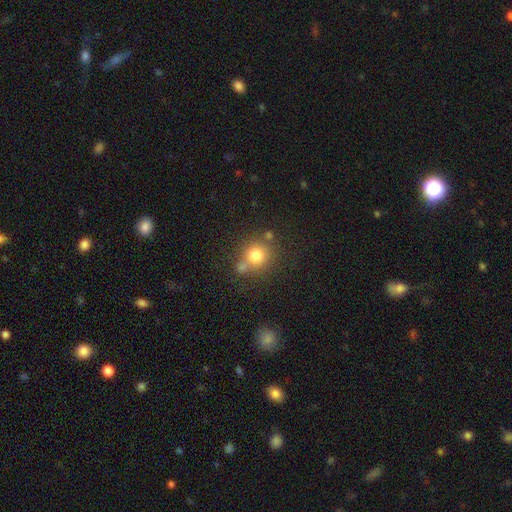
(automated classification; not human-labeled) Overall: smooth (76%). How rounded: round (87%). Merging: none (59%; merger 22%).